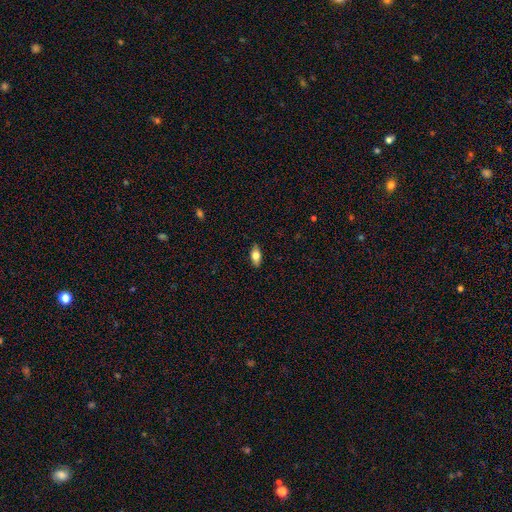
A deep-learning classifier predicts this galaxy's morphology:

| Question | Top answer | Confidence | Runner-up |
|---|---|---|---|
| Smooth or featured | smooth | 75% | featured or disk (18%) |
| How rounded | in between | 86% | cigar-shaped (10%) |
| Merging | none | 87% | minor disturbance (10%) |